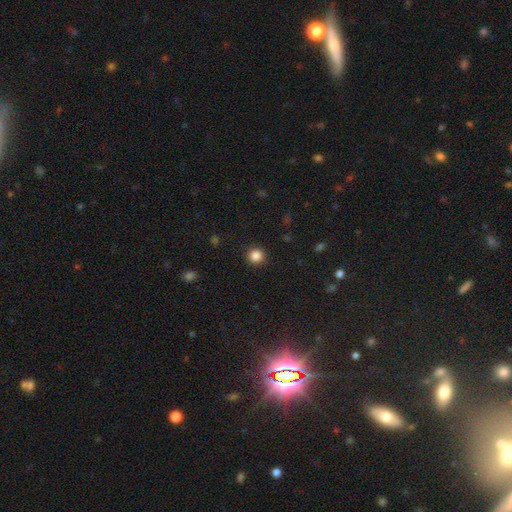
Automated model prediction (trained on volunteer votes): smooth-or-featured: smooth: 86% | star or artifact: 11% | featured or disk: 3%
  how-rounded: round: 94% | in between: 5% | cigar-shaped: 1%
  merging: none: 92% | minor disturbance: 5% | major disturbance: 2% | merger: 1%